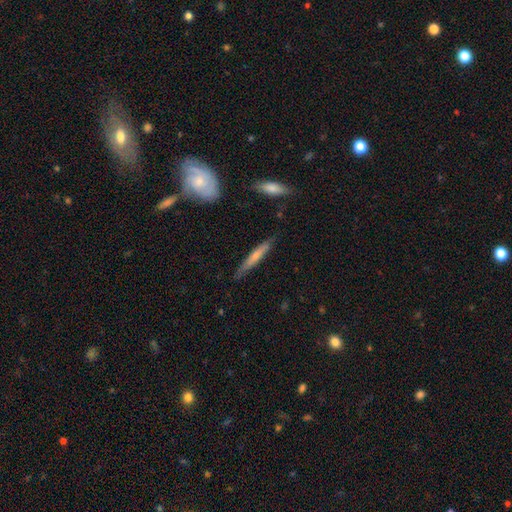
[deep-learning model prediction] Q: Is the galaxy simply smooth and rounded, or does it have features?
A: smooth — 54%.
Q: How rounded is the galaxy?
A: cigar-shaped — 92%.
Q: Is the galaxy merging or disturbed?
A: none — 80%.